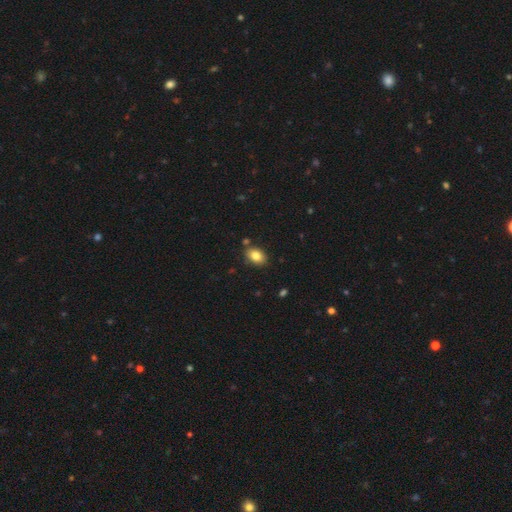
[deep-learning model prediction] smooth_or_featured: smooth (p=0.83) [alt: star or artifact p=0.09]
how_rounded: in between (p=0.79) [alt: round p=0.19]
merging: none (p=0.82) [alt: minor disturbance p=0.11]